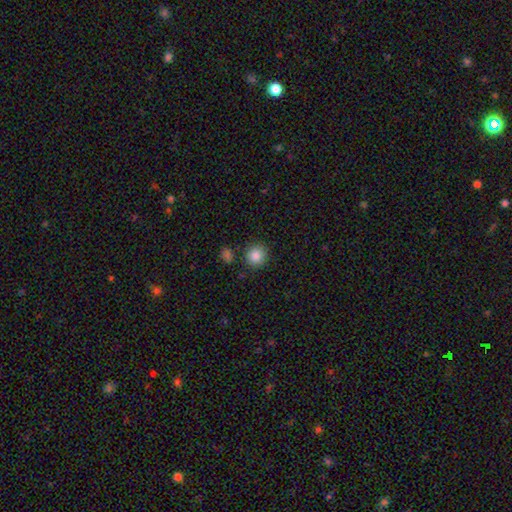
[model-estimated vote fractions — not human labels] smooth-or-featured: smooth: 87% | star or artifact: 9% | featured or disk: 4%
  how-rounded: round: 89% | in between: 10% | cigar-shaped: 1%
  merging: none: 85% | minor disturbance: 8% | merger: 4% | major disturbance: 3%